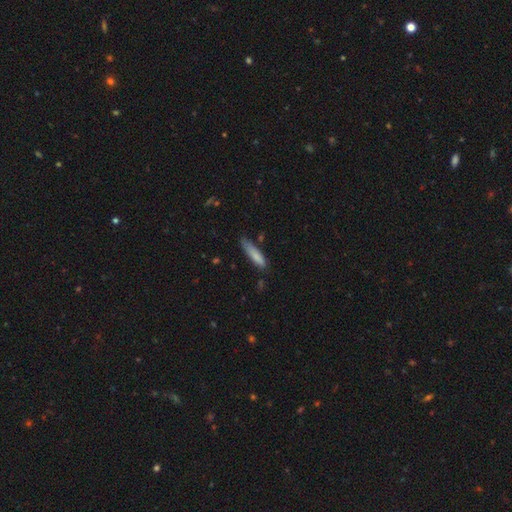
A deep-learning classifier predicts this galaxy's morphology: smooth_or_featured: smooth (p=0.82) [alt: featured or disk p=0.11]
how_rounded: cigar-shaped (p=0.78) [alt: in between p=0.20]
merging: none (p=0.65) [alt: minor disturbance p=0.28]